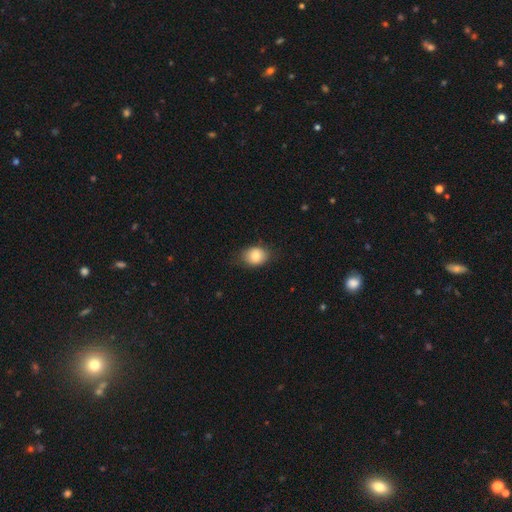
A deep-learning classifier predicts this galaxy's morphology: type=smooth (82%); roundness=in between (53%); merging=none (76%).